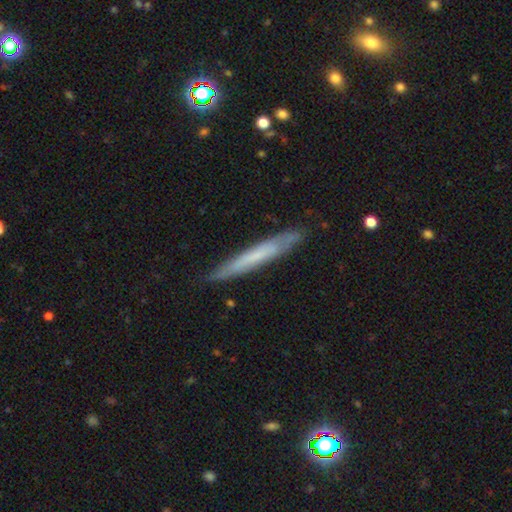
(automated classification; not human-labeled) This is possibly a smooth galaxy (47%, tied with featured or disk). Merging: clearly none (84%).